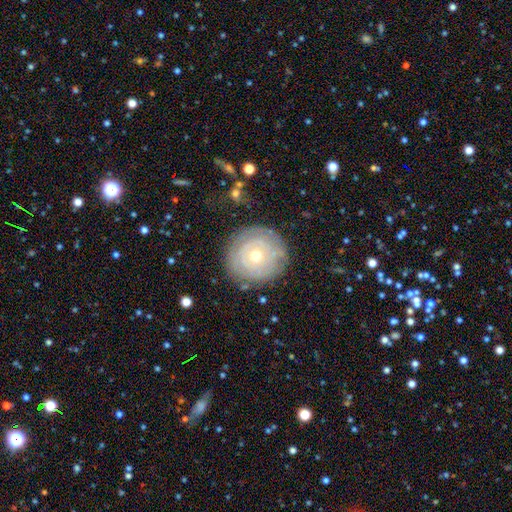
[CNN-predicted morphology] A featured or disk galaxy (62%) with no bar (86%), spiral arms (66%) and a moderate central bulge (56%). Merging: none (81%).